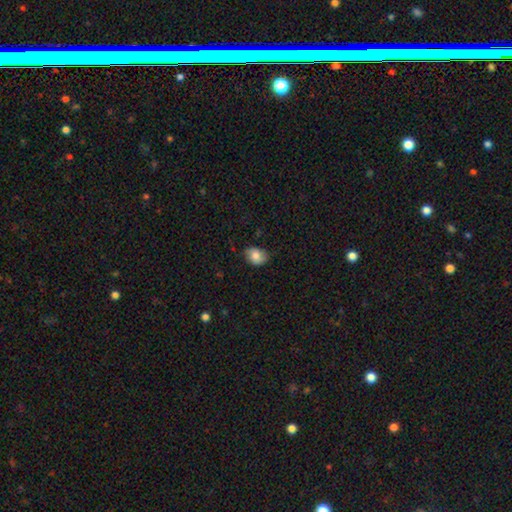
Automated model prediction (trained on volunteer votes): Overall: smooth (76%). How rounded: in between (60%; round 39%). Merging: none (72%).